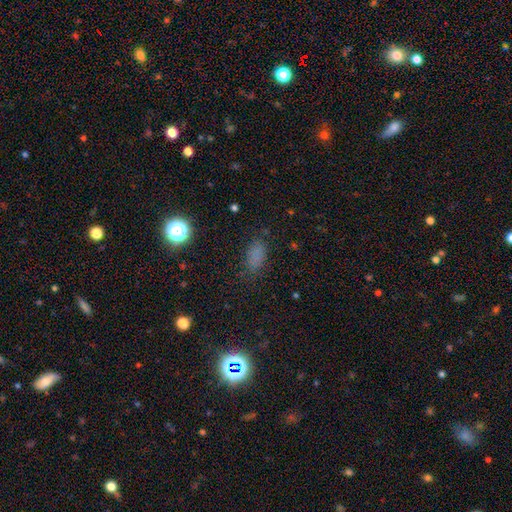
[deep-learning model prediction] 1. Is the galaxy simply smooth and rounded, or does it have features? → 72% smooth, 21% star or artifact, 7% featured or disk.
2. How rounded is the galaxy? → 86% in between, 8% round, 6% cigar-shaped.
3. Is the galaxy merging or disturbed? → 76% none, 16% minor disturbance, 6% major disturbance, 2% merger.